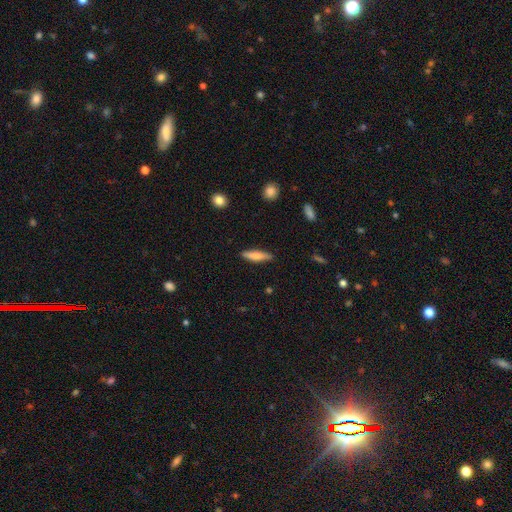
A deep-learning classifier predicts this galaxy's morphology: smooth_or_featured: smooth (p=0.70) [alt: featured or disk p=0.24]
how_rounded: cigar-shaped (p=0.76) [alt: in between p=0.22]
merging: none (p=0.88) [alt: minor disturbance p=0.09]